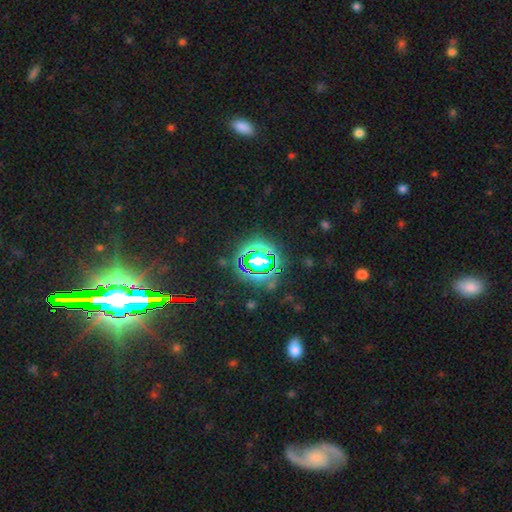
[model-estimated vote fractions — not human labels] smooth_or_featured: star or artifact (p=0.77) [alt: smooth p=0.13]